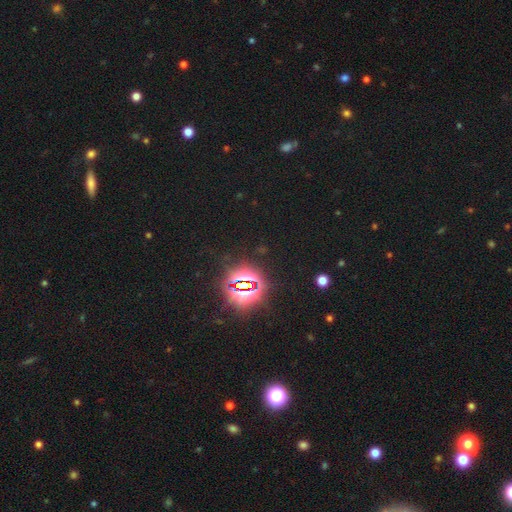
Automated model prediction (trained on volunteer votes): A star or artifact, not a galaxy (81%).